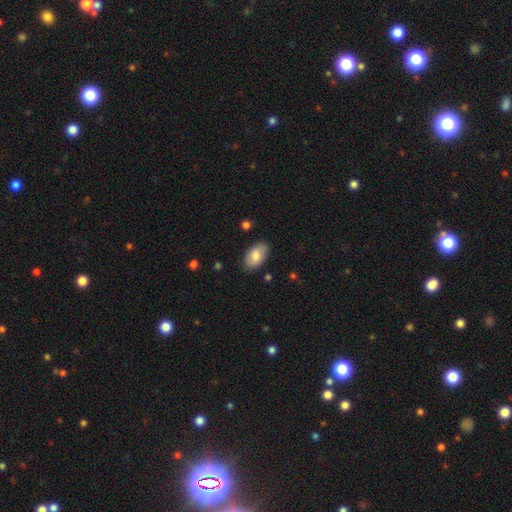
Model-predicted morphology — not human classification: Smooth or featured? Predicted: smooth (p=0.78). How rounded? Predicted: in between (p=0.94). Merging? Predicted: none (p=0.85).